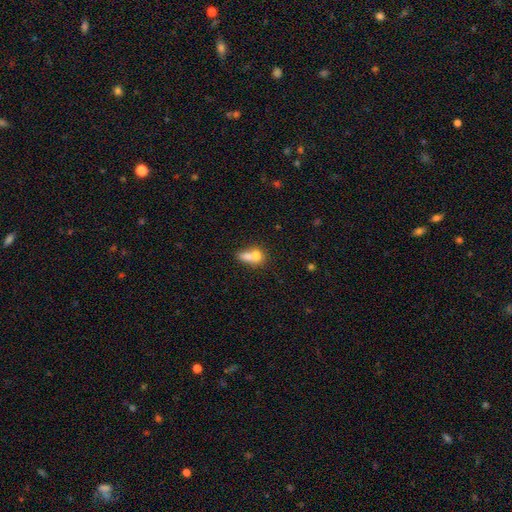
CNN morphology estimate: smooth-or-featured: smooth: 71% | featured or disk: 19% | star or artifact: 10%
  how-rounded: in between: 49% | round: 47% | cigar-shaped: 4%
  merging: merger: 65% | none: 22% | minor disturbance: 8% | major disturbance: 5%